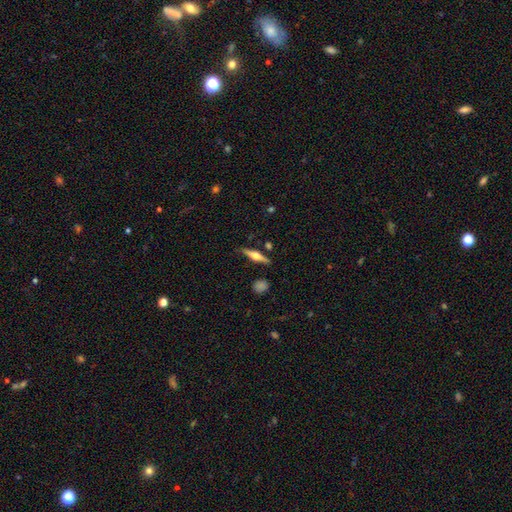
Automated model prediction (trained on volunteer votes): smooth_or_featured: featured or disk (p=0.64) [alt: smooth p=0.29]
disk_edge_on: yes (p=0.96) [alt: no p=0.04]
edge_on_bulge: rounded (p=0.94) [alt: boxy p=0.04]
merging: none (p=0.85) [alt: minor disturbance p=0.10]